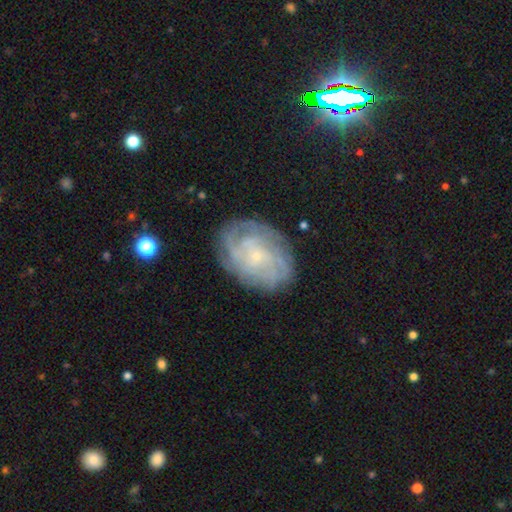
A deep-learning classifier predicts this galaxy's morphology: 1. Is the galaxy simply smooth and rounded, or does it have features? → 73% featured or disk, 18% smooth, 9% star or artifact.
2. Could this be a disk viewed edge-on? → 96% no, 4% yes.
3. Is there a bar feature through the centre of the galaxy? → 77% no, 19% weak, 4% strong.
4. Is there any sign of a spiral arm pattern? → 89% yes, 11% no.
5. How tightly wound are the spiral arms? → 69% tight, 23% medium, 7% loose.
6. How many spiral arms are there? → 48% can't tell, 15% 4, 11% 3, 10% 2, 9% more than 4, 6% 1.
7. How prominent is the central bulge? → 83% small, 11% moderate, 3% none, 1% large, 1% dominant.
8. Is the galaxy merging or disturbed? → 78% none, 15% minor disturbance, 5% major disturbance, 1% merger.